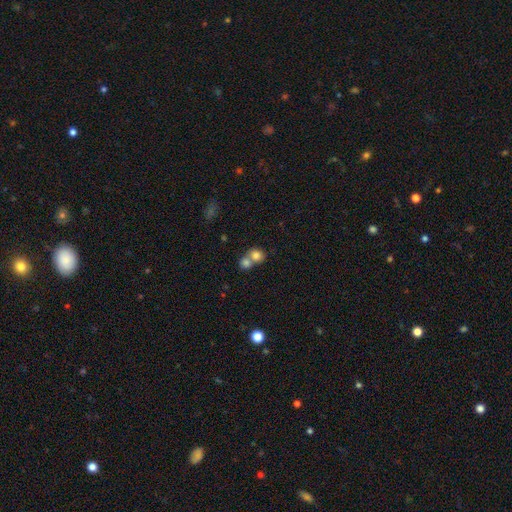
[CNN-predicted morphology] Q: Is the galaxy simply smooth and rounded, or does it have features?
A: smooth — 79%.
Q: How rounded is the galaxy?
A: round — 73%.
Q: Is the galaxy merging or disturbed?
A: merger — 60%.